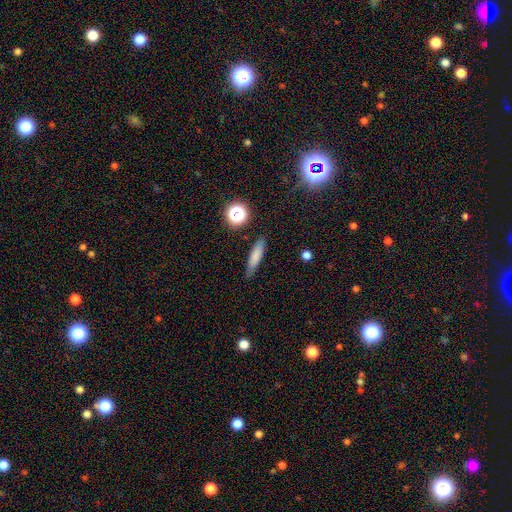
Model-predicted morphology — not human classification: type=smooth (75%); roundness=cigar-shaped (78%); merging=none (85%).